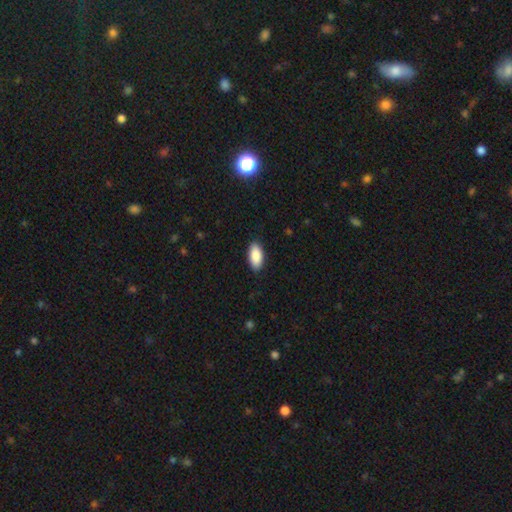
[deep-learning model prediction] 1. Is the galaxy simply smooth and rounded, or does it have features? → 89% smooth, 6% star or artifact, 5% featured or disk.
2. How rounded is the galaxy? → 93% in between, 5% cigar-shaped, 2% round.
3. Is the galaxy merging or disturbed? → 89% none, 8% minor disturbance, 2% major disturbance, 1% merger.